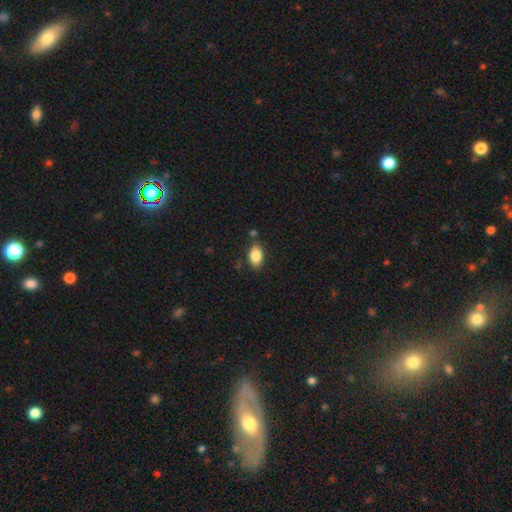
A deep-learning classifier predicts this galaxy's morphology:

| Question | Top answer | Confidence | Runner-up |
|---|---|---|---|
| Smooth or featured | smooth | 85% | star or artifact (8%) |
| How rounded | in between | 89% | round (9%) |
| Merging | none | 80% | minor disturbance (13%) |